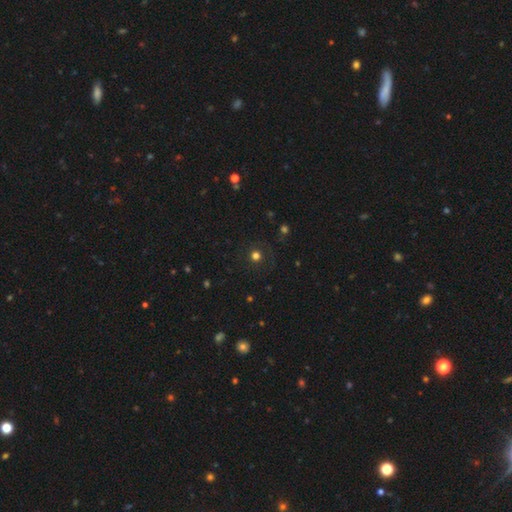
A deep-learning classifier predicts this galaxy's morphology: Smooth or featured: smooth — 70% (star or artifact — 22%)
How rounded: round — 94% (in between — 5%)
Merging: none — 84% (minor disturbance — 8%)